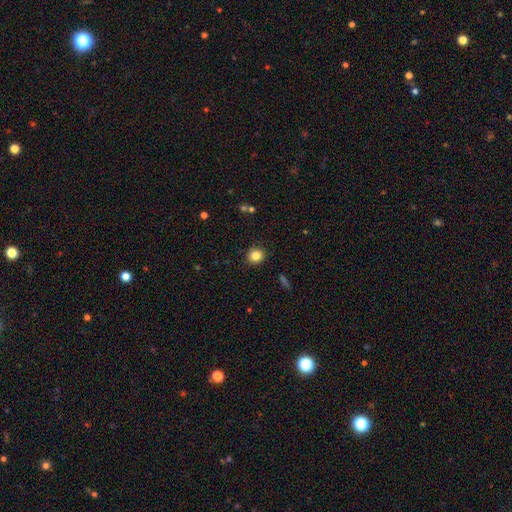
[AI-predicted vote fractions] Q: Smooth or featured?
A: smooth (83%); runner-up: star or artifact (11%)
Q: How rounded?
A: round (86%); runner-up: in between (13%)
Q: Merging?
A: none (90%); runner-up: minor disturbance (7%)